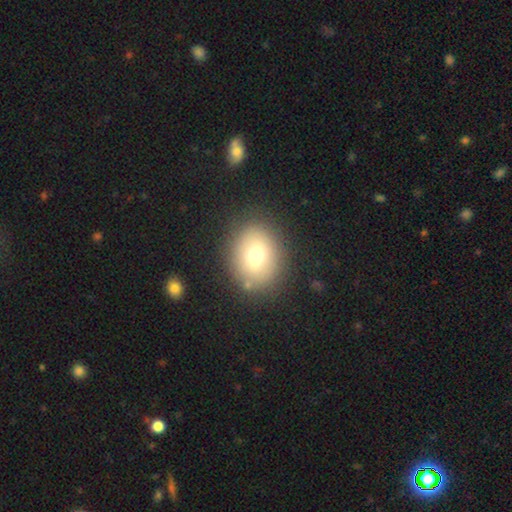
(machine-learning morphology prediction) Overall: smooth (71%). How rounded: round (57%; in between 42%). Merging: none (83%).